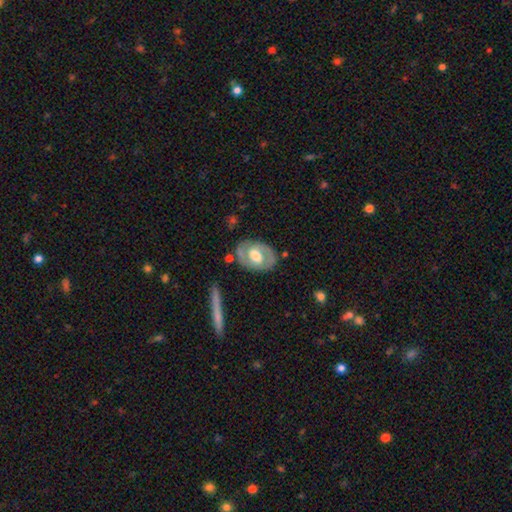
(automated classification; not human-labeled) smooth-or-featured: featured or disk: 57% | smooth: 38% | star or artifact: 5%
  disk-edge-on: no: 92% | yes: 8%
    bar: no: 60% | weak: 29% | strong: 11%
    has-spiral-arms: no: 61% | yes: 39%
    bulge-size: moderate: 55% | large: 38% | small: 5% | dominant: 2% | none: 1%
  merging: none: 77% | minor disturbance: 15% | major disturbance: 5% | merger: 3%